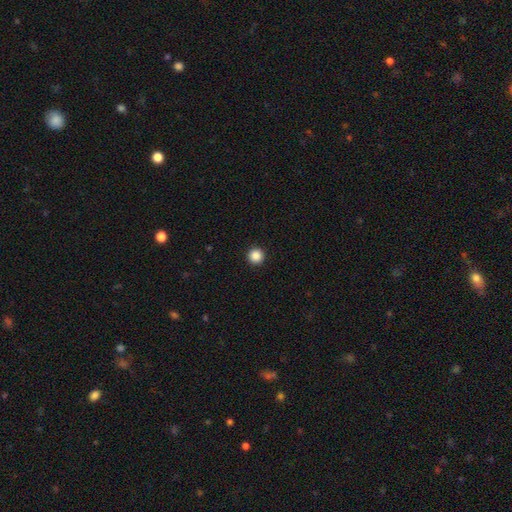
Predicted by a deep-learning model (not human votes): This appears to be a smooth galaxy with no disk features (87%) that is round (97%). Merging: none (94%).